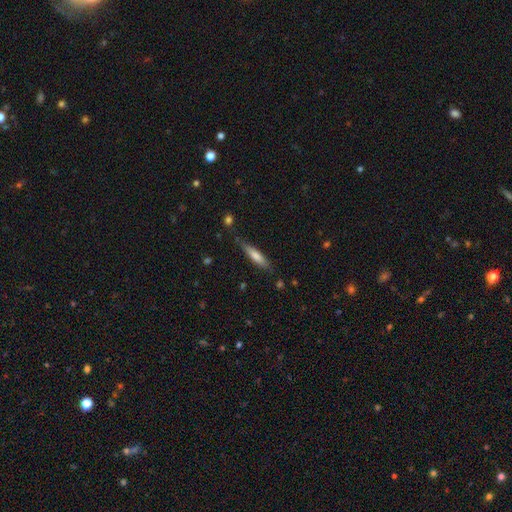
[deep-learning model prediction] This appears to be a smooth galaxy with no disk features (67%) that is cigar-shaped (82%). Merging: none (78%).